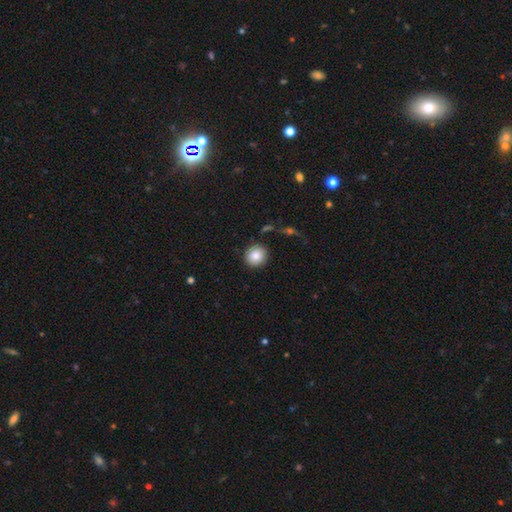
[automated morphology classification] smooth-or-featured: smooth: 85% | star or artifact: 8% | featured or disk: 7%
  how-rounded: round: 91% | in between: 8% | cigar-shaped: 1%
  merging: none: 88% | minor disturbance: 7% | major disturbance: 2% | merger: 2%